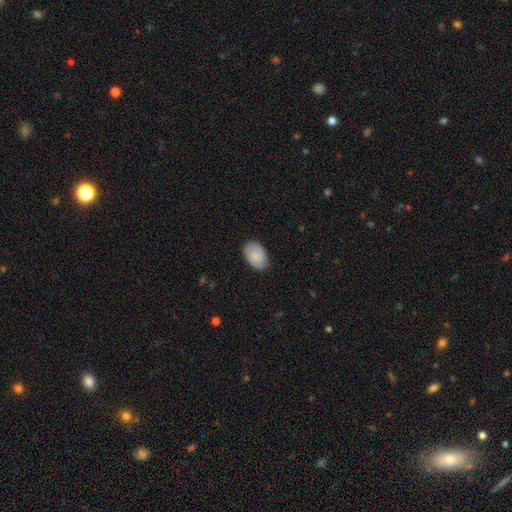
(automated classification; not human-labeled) Smooth or featured? Predicted: smooth (p=0.79). How rounded? Predicted: in between (p=0.89). Merging? Predicted: none (p=0.84).